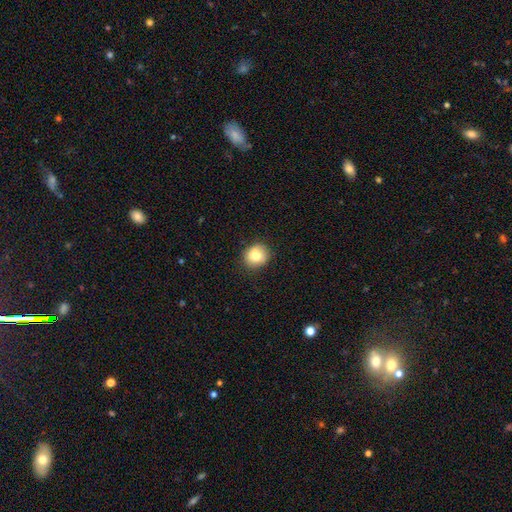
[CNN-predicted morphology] Overall: smooth (82%). How rounded: round (81%). Merging: none (85%).